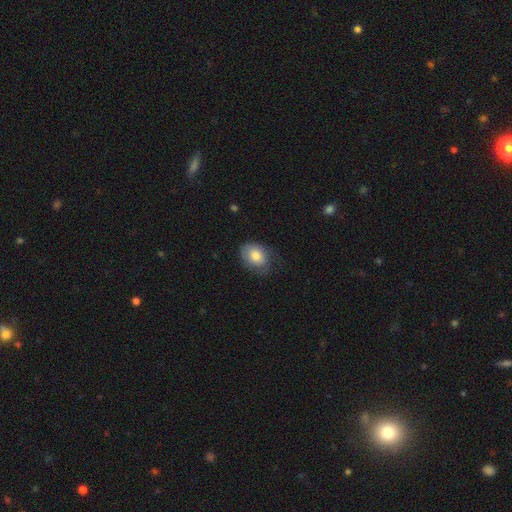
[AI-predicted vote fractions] The model was most divided on "merging": none: 57%, minor disturbance: 29%, major disturbance: 12%, merger: 1%. More confident: smooth or featured — smooth (75%); how rounded — in between (70%).